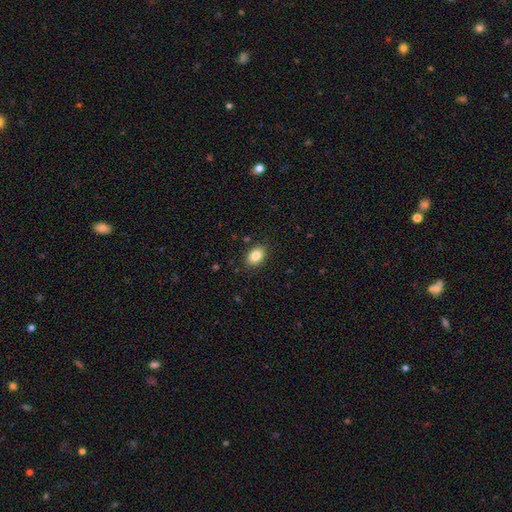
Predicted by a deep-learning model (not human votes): A smooth galaxy with no disk features (84%) that is in between round and cigar-shaped (82%).

Vote fractions:
- Smooth or featured? smooth: 84% / star or artifact: 9% / featured or disk: 7%
- How rounded? in between: 82% / round: 16% / cigar-shaped: 1%
- Merging? none: 87% / minor disturbance: 10% / major disturbance: 2% / merger: 1%